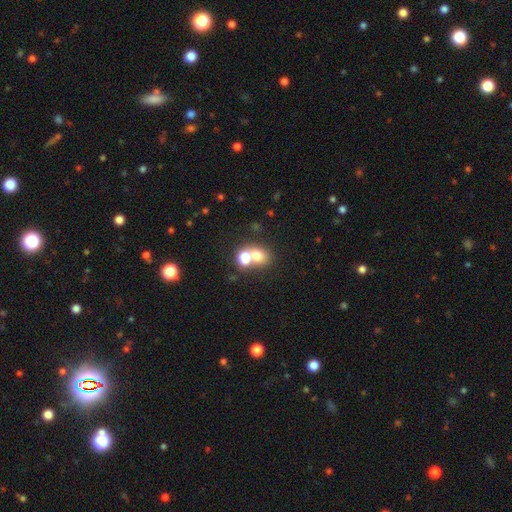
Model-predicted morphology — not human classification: Overall: smooth (71%). How rounded: round (62%; in between 37%). Merging: merger (60%; none 30%).